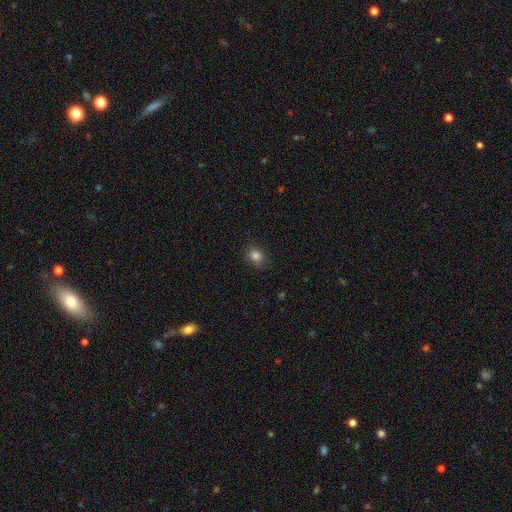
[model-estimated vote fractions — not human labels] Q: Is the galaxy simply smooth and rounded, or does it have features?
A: smooth — 83%.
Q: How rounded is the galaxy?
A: round — 62%.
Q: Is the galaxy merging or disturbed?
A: none — 83%.